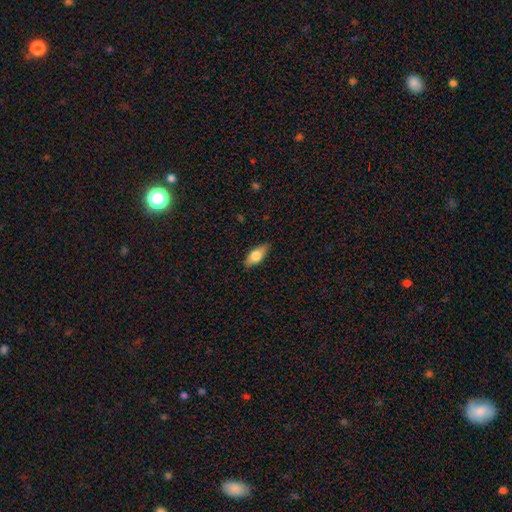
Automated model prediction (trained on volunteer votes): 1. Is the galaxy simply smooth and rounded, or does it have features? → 68% smooth, 26% featured or disk, 6% star or artifact.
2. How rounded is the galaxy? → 78% in between, 19% cigar-shaped, 3% round.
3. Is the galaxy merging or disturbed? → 86% none, 11% minor disturbance, 2% major disturbance, 1% merger.